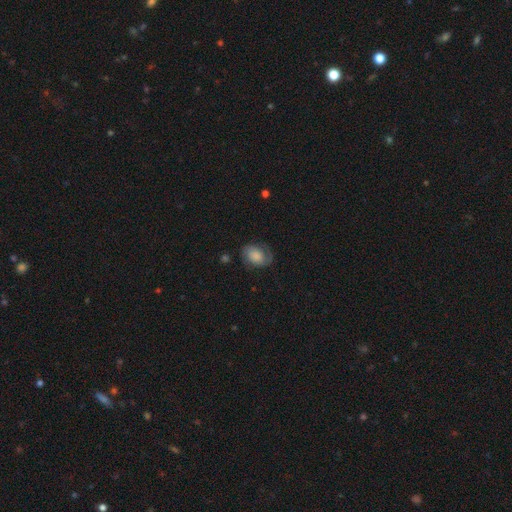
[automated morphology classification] Q: Smooth or featured?
A: smooth (54%); runner-up: featured or disk (38%)
Q: How rounded?
A: in between (73%); runner-up: round (25%)
Q: Merging?
A: none (64%); runner-up: minor disturbance (23%)